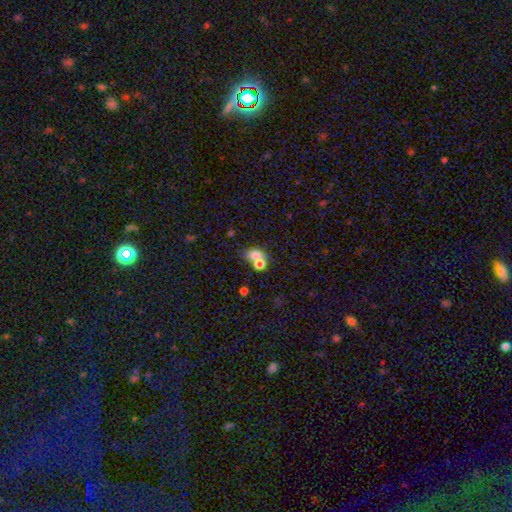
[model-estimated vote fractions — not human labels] smooth-or-featured: smooth: 73% | featured or disk: 14% | star or artifact: 13%
  how-rounded: in between: 63% | round: 35% | cigar-shaped: 1%
  merging: merger: 53% | none: 31% | minor disturbance: 10% | major disturbance: 6%